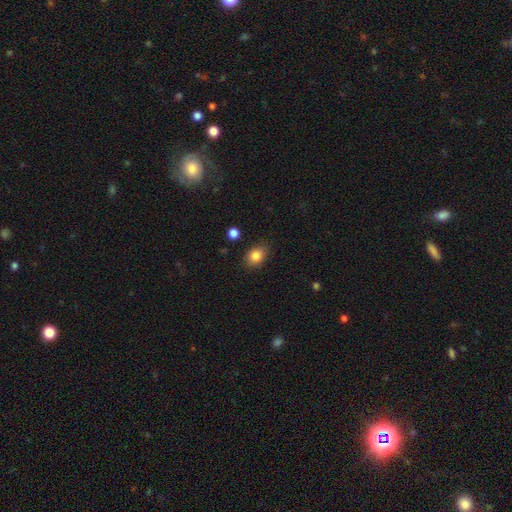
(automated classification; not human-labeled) This is clearly a smooth galaxy (85%). How rounded: likely in between (65%). Merging: clearly none (82%).